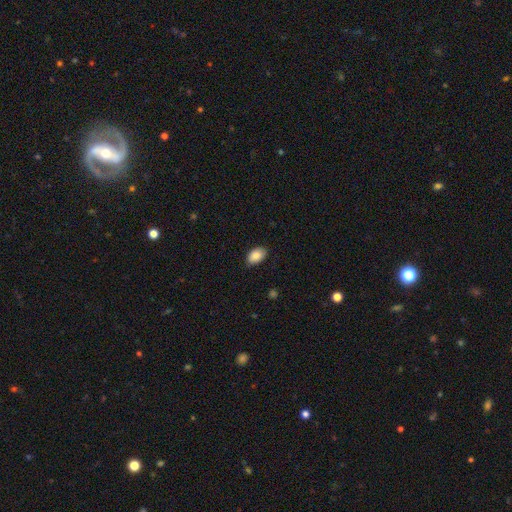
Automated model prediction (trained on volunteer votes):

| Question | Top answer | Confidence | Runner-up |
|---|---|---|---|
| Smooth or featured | smooth | 87% | star or artifact (7%) |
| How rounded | in between | 90% | round (9%) |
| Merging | none | 83% | minor disturbance (14%) |